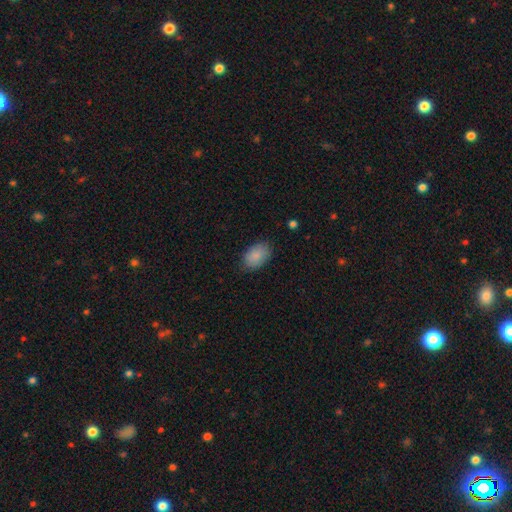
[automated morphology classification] Smooth or featured? smooth (88%)
How rounded? in between (88%)
Merging? none (80%)